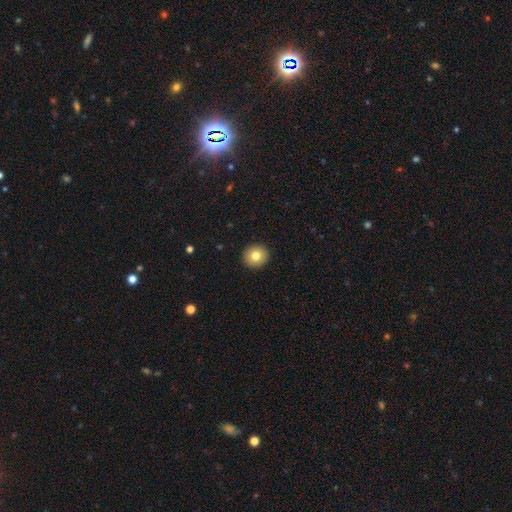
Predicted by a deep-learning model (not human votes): This appears to be a smooth galaxy with no disk features (80%) that is round (90%). Merging: none (93%).